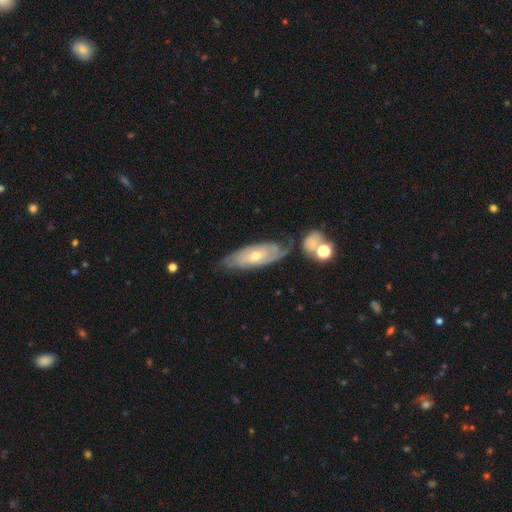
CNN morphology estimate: Overall: featured or disk (64%; smooth 29%). Edge-on disk: no (82%). Bar: no (72%). Spiral arms: yes (78%). Bulge size: moderate (55%; small 40%). Merging: none (62%).